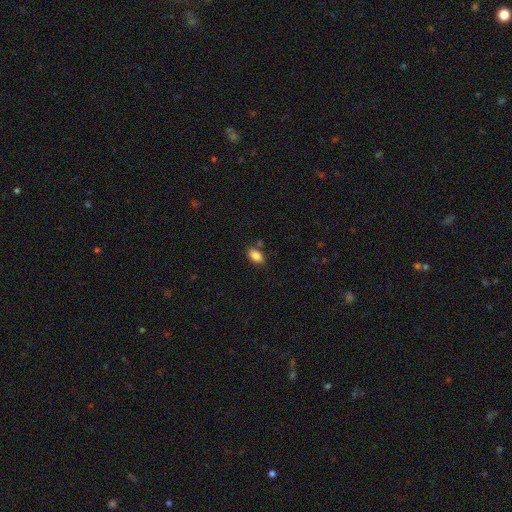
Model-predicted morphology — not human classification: This is clearly a smooth galaxy (86%). How rounded: clearly in between (91%). Merging: likely none (77%).